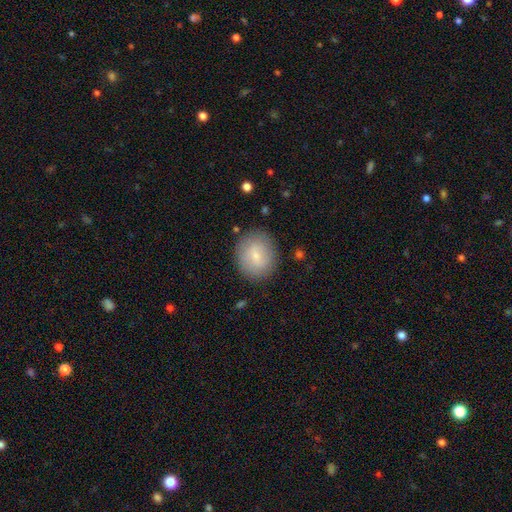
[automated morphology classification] Smooth or featured? Predicted: smooth (p=0.75). How rounded? Predicted: round (p=0.70). Merging? Predicted: none (p=0.84).